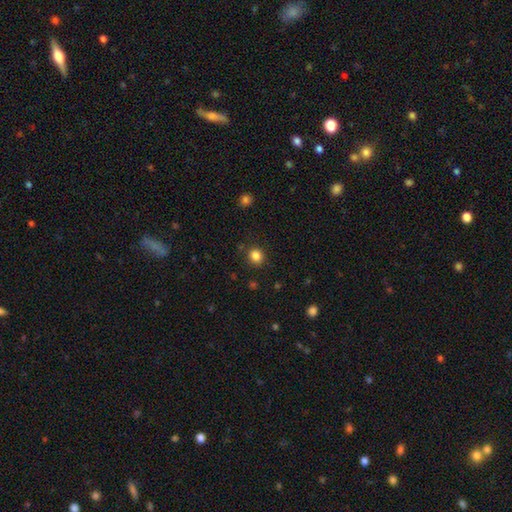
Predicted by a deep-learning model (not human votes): Smooth or featured: smooth — 84% (star or artifact — 12%)
How rounded: round — 80% (in between — 19%)
Merging: none — 86% (minor disturbance — 9%)